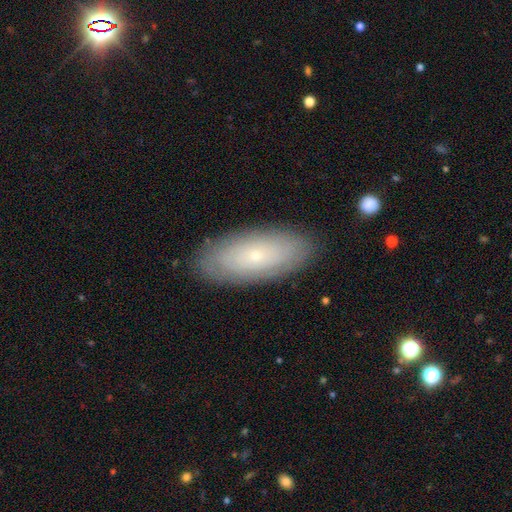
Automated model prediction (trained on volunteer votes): This is possibly a smooth galaxy (49%). Merging: clearly none (85%).